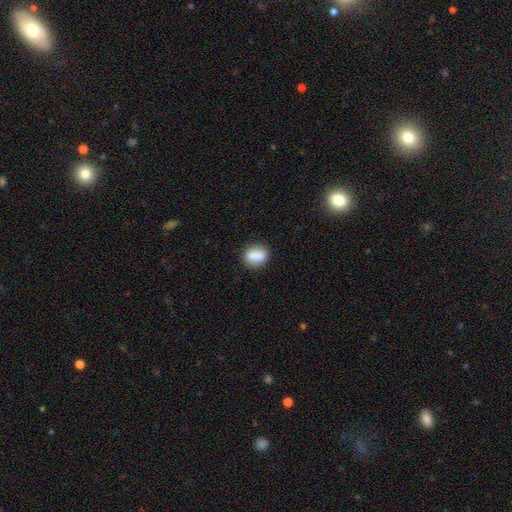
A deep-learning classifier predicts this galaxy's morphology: This is clearly a smooth galaxy (81%). How rounded: possibly in between (51%). Merging: likely none (73%).